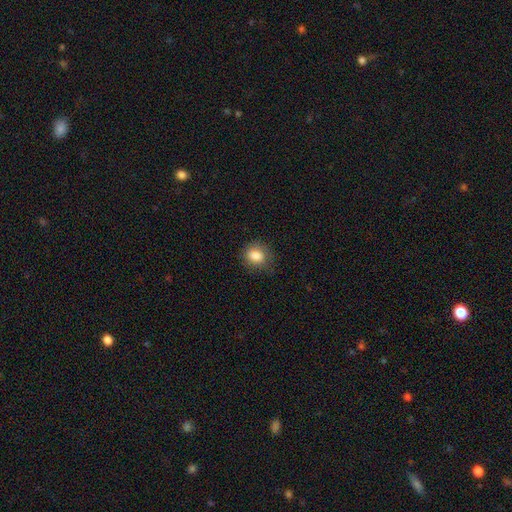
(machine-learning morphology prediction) smooth-or-featured: smooth: 85% | star or artifact: 9% | featured or disk: 6%
  how-rounded: round: 58% | in between: 41% | cigar-shaped: 1%
  merging: none: 73% | minor disturbance: 20% | major disturbance: 6% | merger: 1%